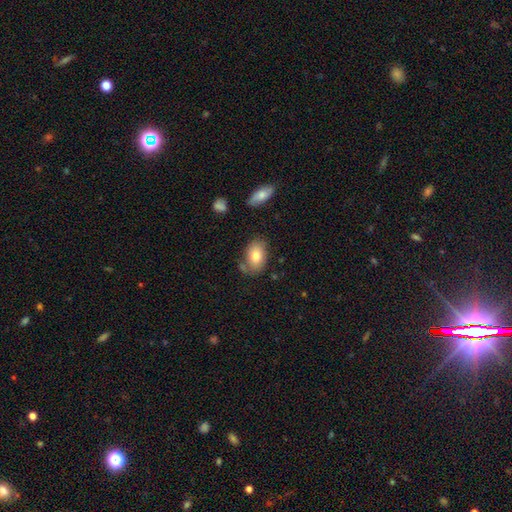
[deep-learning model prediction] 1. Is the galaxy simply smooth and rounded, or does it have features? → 78% smooth, 15% featured or disk, 7% star or artifact.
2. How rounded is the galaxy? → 89% in between, 10% round, 1% cigar-shaped.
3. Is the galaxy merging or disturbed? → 67% none, 20% minor disturbance, 7% merger, 6% major disturbance.